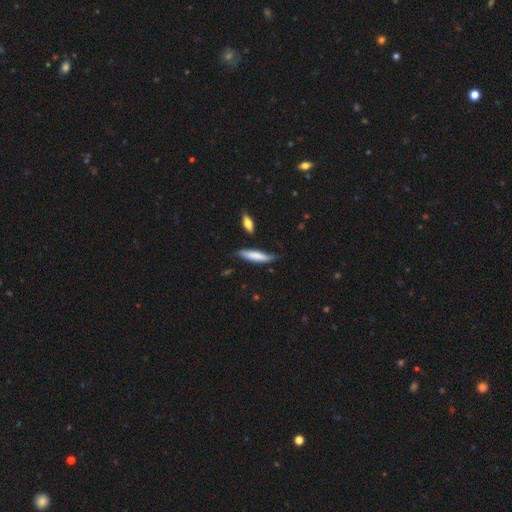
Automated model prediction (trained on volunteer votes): Smooth or featured: smooth — 74% (featured or disk — 21%)
How rounded: cigar-shaped — 78% (in between — 20%)
Merging: none — 66% (minor disturbance — 26%)